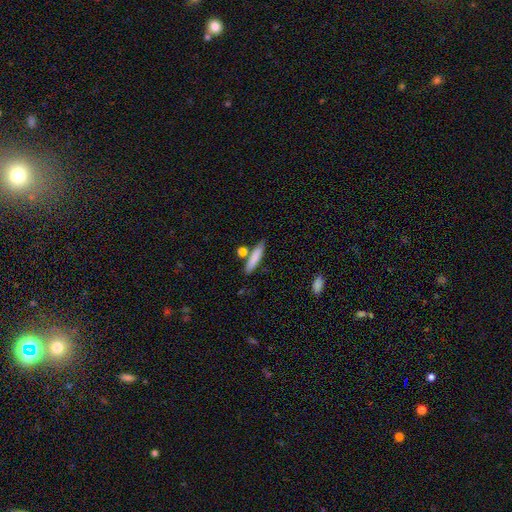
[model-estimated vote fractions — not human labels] Q: Smooth or featured?
A: smooth (79%); runner-up: featured or disk (15%)
Q: How rounded?
A: cigar-shaped (85%); runner-up: in between (13%)
Q: Merging?
A: none (74%); runner-up: merger (12%)